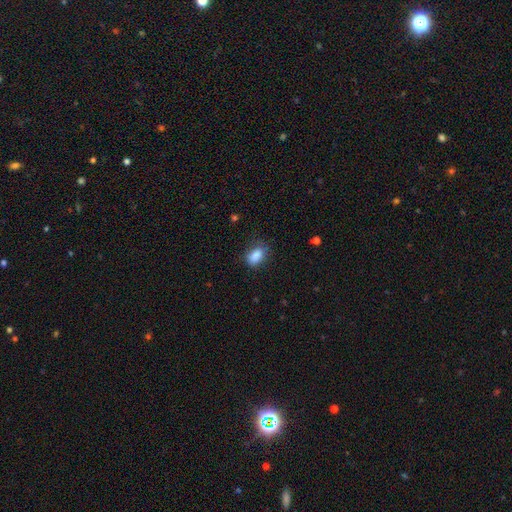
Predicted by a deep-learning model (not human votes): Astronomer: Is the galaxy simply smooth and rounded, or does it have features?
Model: smooth — 86%.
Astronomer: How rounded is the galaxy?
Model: in between — 85%.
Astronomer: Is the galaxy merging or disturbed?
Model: none — 69%.